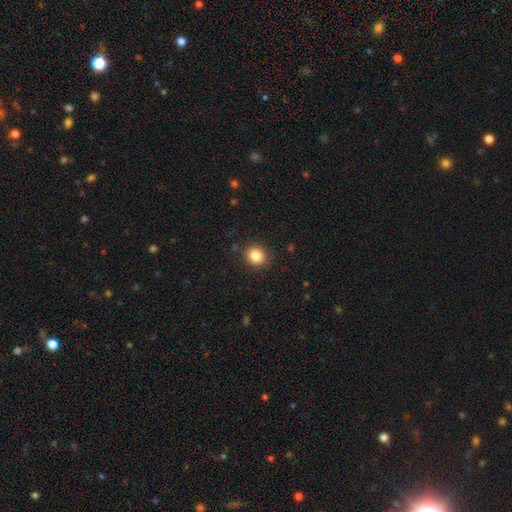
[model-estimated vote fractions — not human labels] Smooth or featured? smooth (85%)
How rounded? round (80%)
Merging? none (89%)